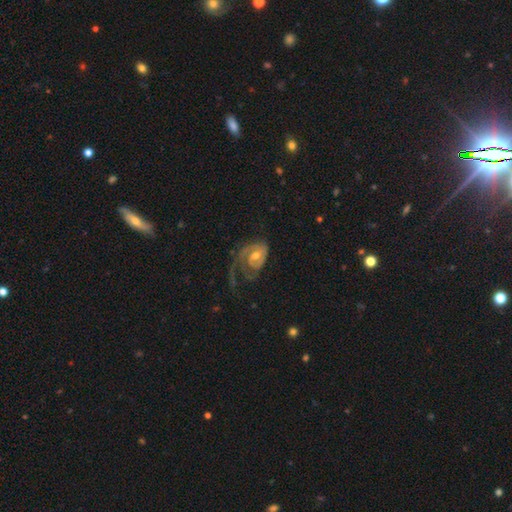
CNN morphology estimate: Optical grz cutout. It shows a featured or disk galaxy (81%) with no bar (56%), 1 (44%) tight (41%) spiral arms (91%) and a moderate central bulge (68%). Merging: major disturbance (40%).